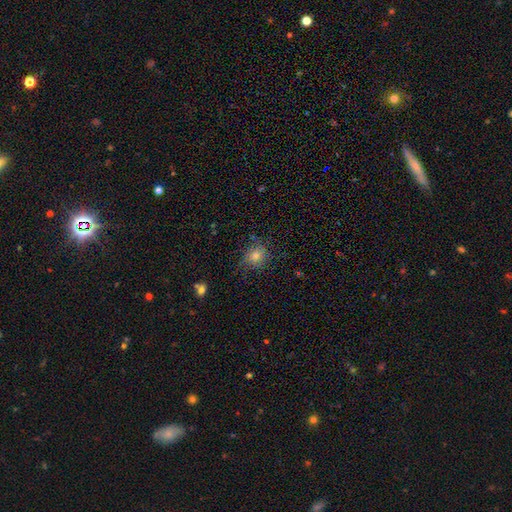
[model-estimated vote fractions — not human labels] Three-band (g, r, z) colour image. It shows a smooth galaxy with no disk features (63%) that is round (79%). Merging: none (74%).